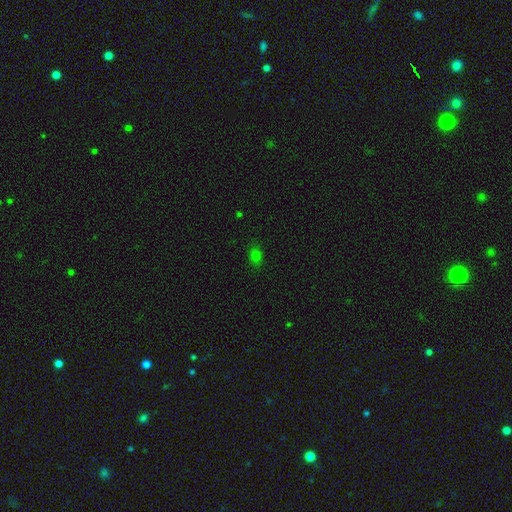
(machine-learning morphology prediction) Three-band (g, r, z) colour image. It shows a smooth galaxy with no disk features (74%) that is in between round and cigar-shaped (57%). Merging: none (85%).